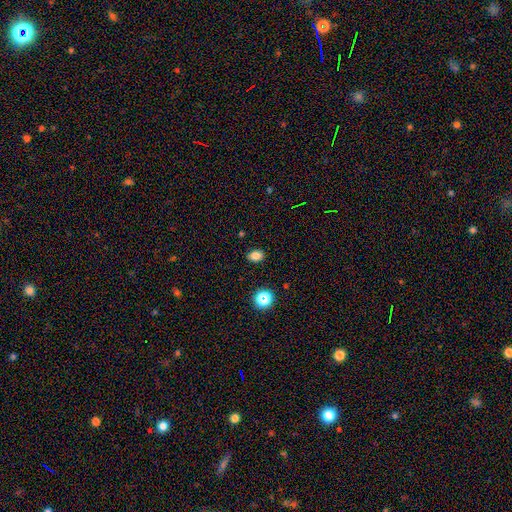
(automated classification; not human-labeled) This is clearly a smooth galaxy (81%). How rounded: likely in between (73%). Merging: clearly none (88%).